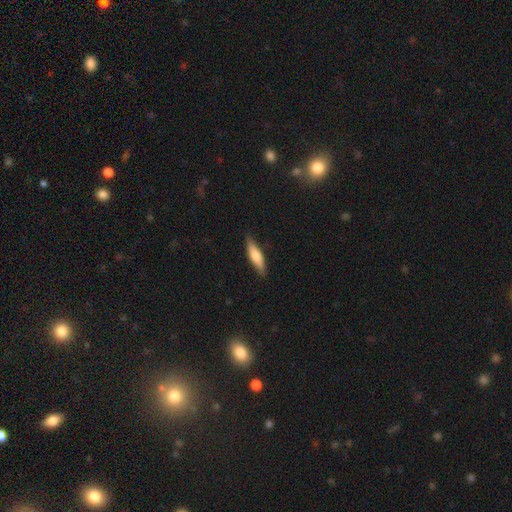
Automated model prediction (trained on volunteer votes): Smooth or featured?
  - smooth: 64% *
  - featured or disk: 31%
  - star or artifact: 6%
How rounded?
  - cigar-shaped: 71% *
  - in between: 27%
  - round: 2%
Merging?
  - none: 84% *
  - minor disturbance: 13%
  - major disturbance: 2%
  - merger: 1%